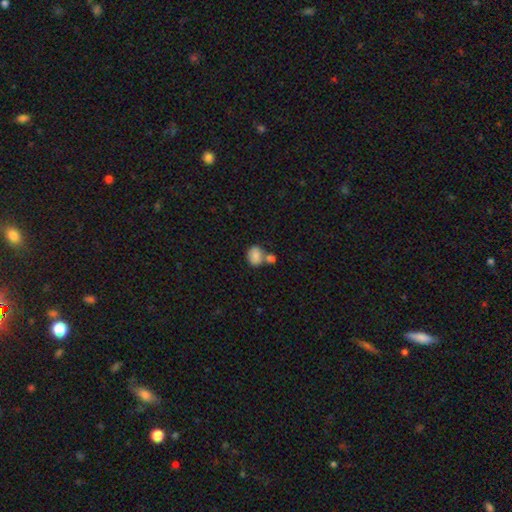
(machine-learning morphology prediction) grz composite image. It shows a smooth galaxy with no disk features (81%) that is in between round and cigar-shaped (54%). Merging: none (44%).